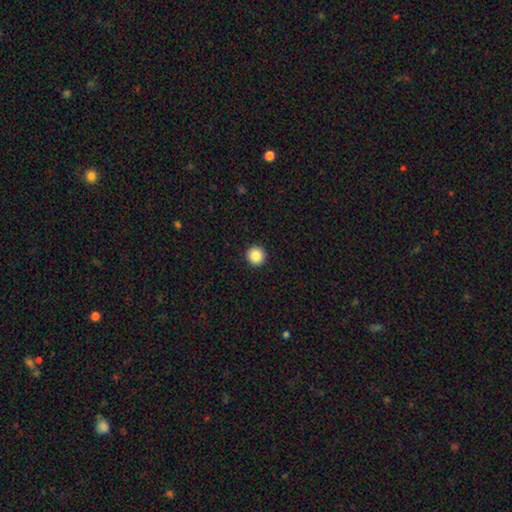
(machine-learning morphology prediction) A smooth galaxy with no disk features (87%) that is round (96%).

Vote fractions:
- Smooth or featured? smooth: 87% / star or artifact: 9% / featured or disk: 4%
- How rounded? round: 96% / in between: 3% / cigar-shaped: 1%
- Merging? none: 94% / minor disturbance: 4% / major disturbance: 1% / merger: 1%